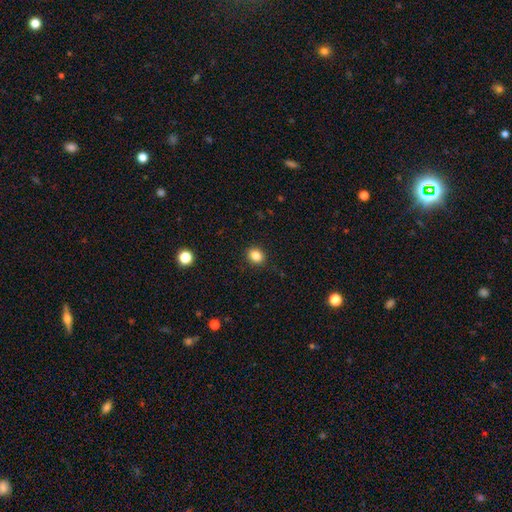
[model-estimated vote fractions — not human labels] Smooth or featured? smooth (84%)
How rounded? round (62%)
Merging? none (90%)